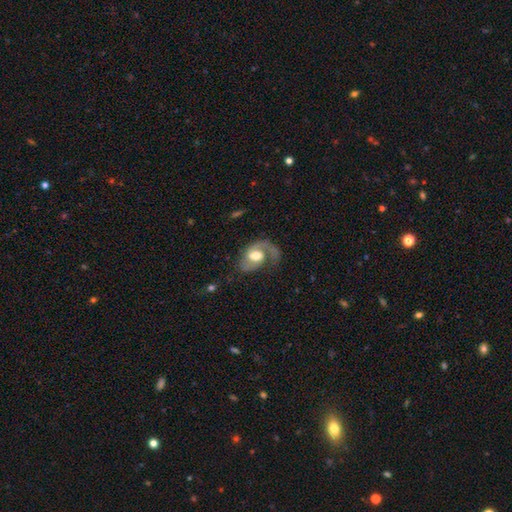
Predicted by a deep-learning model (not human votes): Morphology: type=featured or disk (78%); edge-on=no (97%); bar=no (49%); spiral arms=yes (91%); winding=medium (46%); arm count=2 (48%); bulge=moderate (63%); merging=none (48%).